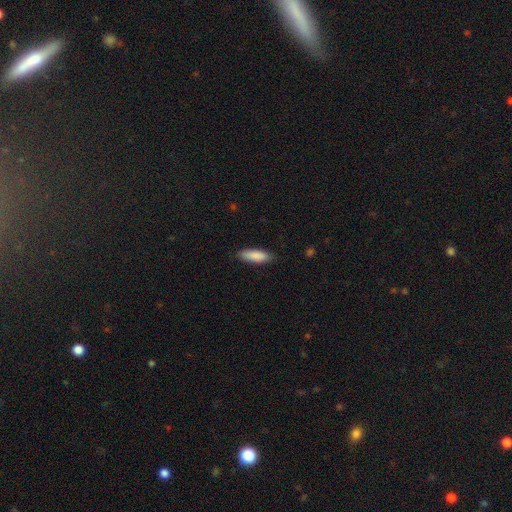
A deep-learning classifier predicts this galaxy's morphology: Smooth or featured? smooth (87%)
How rounded? in between (52%)
Merging? none (85%)